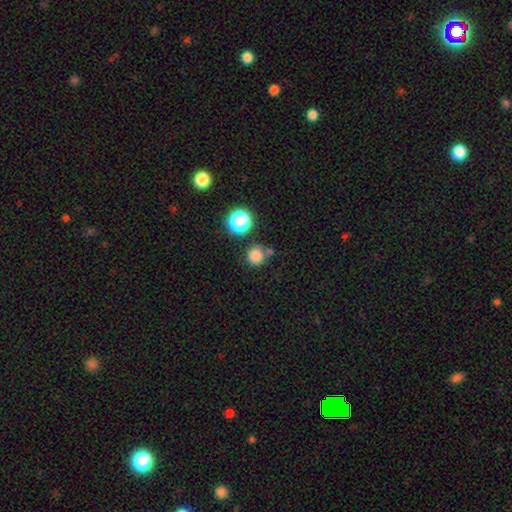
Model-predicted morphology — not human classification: smooth_or_featured: smooth (p=0.80) [alt: star or artifact p=0.15]
how_rounded: round (p=0.93) [alt: in between p=0.06]
merging: none (p=0.73) [alt: merger p=0.13]